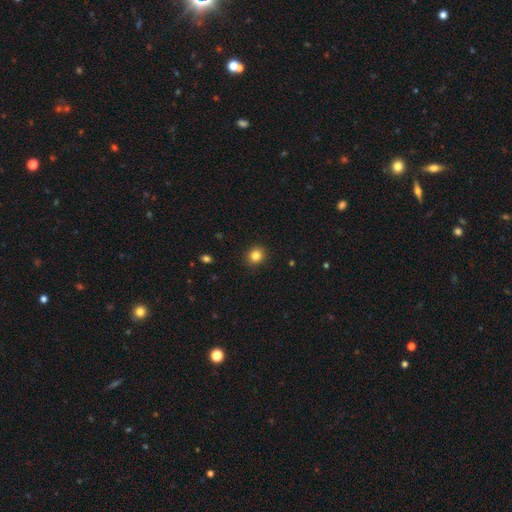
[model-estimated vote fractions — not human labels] A smooth galaxy with no disk features (84%) that is round (84%).

Vote fractions:
- Smooth or featured? smooth: 84% / star or artifact: 11% / featured or disk: 5%
- How rounded? round: 84% / in between: 15% / cigar-shaped: 1%
- Merging? none: 92% / minor disturbance: 6% / major disturbance: 2% / merger: 1%